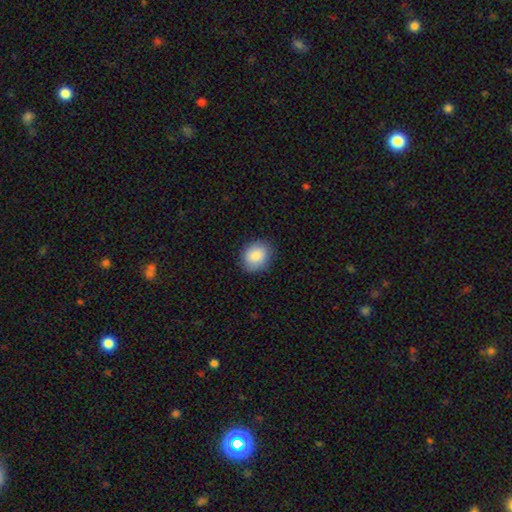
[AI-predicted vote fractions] Smooth or featured?
  - smooth: 87% *
  - star or artifact: 7%
  - featured or disk: 5%
How rounded?
  - round: 54% *
  - in between: 45%
  - cigar-shaped: 1%
Merging?
  - none: 87% *
  - minor disturbance: 10%
  - major disturbance: 2%
  - merger: 1%